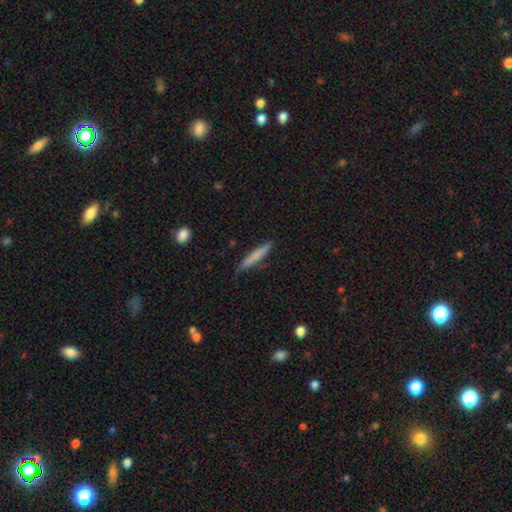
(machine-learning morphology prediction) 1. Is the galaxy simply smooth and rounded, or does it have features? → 70% smooth, 24% featured or disk, 6% star or artifact.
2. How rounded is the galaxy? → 95% cigar-shaped, 4% in between, 1% round.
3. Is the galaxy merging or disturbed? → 84% none, 13% minor disturbance, 2% major disturbance, 2% merger.